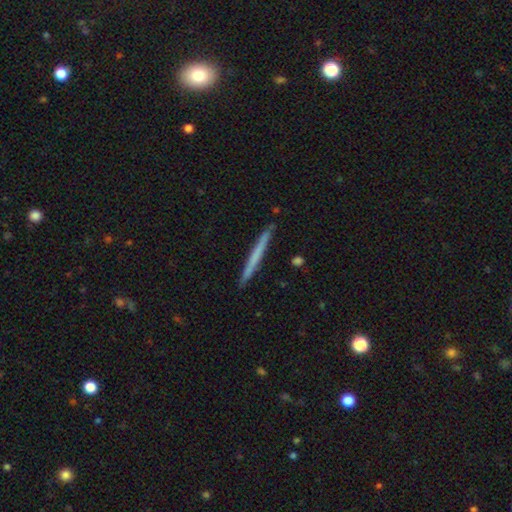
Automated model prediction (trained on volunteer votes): smooth_or_featured: smooth (p=0.54) [alt: featured or disk p=0.40]
how_rounded: cigar-shaped (p=0.97) [alt: in between p=0.01]
merging: none (p=0.92) [alt: minor disturbance p=0.06]